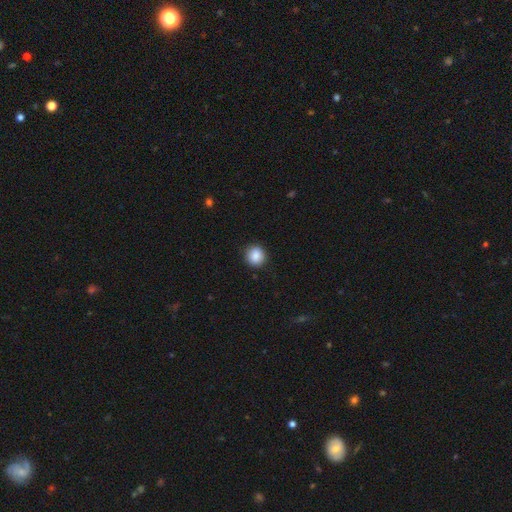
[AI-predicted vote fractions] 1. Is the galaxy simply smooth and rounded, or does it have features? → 87% smooth, 9% star or artifact, 4% featured or disk.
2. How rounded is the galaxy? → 91% round, 8% in between, 1% cigar-shaped.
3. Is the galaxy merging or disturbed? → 91% none, 7% minor disturbance, 2% major disturbance, 1% merger.